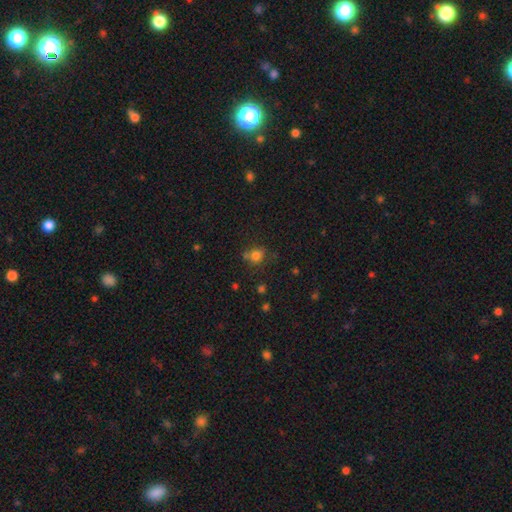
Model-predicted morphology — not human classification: A smooth galaxy with no disk features (76%) that is round (70%). Merging: none (60%).